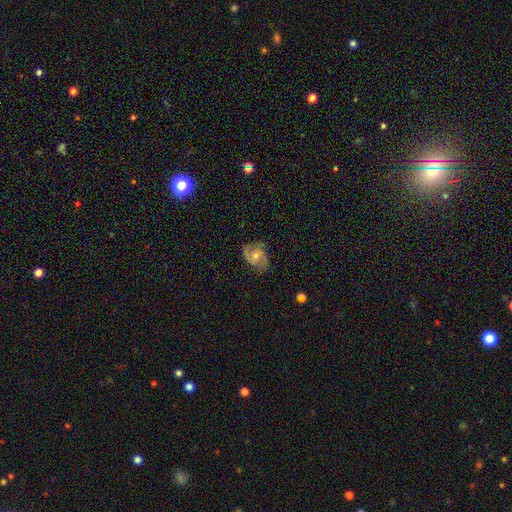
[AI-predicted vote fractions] A featured or disk galaxy (74%) with no bar (64%), 2 (81%) medium (50%) spiral arms (92%) and a moderate central bulge (58%). Merging: none (72%).